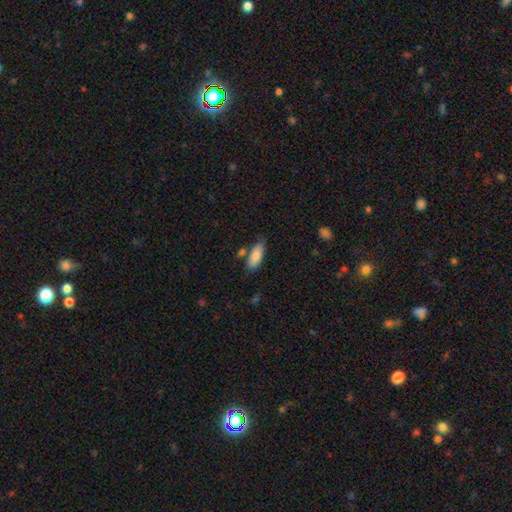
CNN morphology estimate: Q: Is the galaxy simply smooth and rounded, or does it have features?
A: smooth — 84%.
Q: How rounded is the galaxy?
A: in between — 78%.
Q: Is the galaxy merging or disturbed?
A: none — 68%.